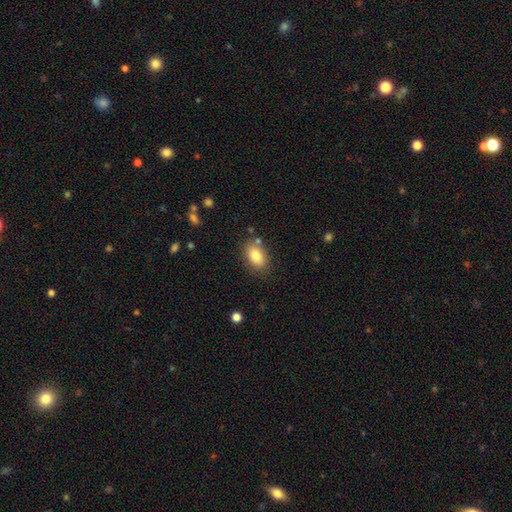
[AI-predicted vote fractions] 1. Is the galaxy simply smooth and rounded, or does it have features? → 83% smooth, 9% featured or disk, 8% star or artifact.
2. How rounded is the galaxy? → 87% in between, 12% round, 1% cigar-shaped.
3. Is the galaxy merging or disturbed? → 76% none, 14% minor disturbance, 5% merger, 4% major disturbance.